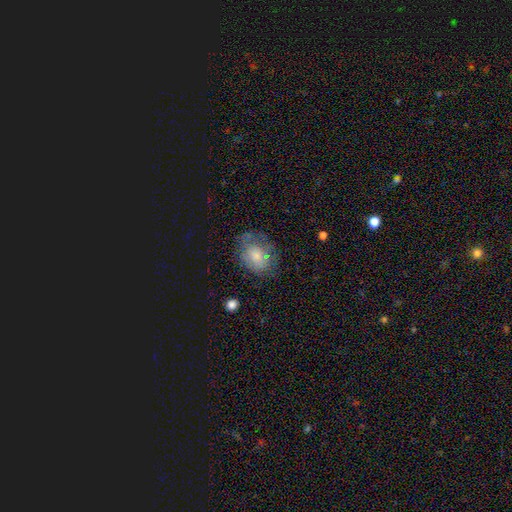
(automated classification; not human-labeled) A smooth galaxy with no disk features (51%) that is in between round and cigar-shaped (54%). Merging: none (60%).